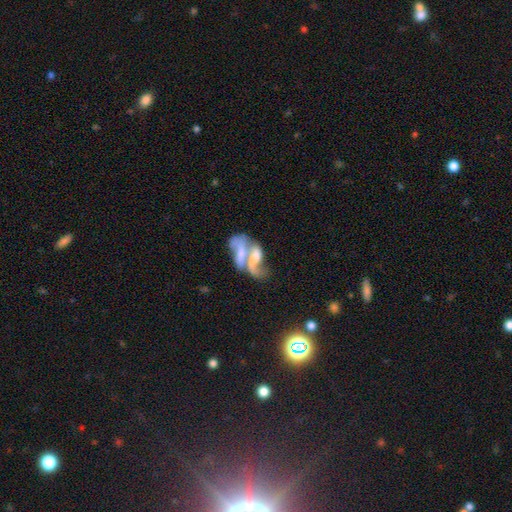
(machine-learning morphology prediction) The model was most divided on "spiral arms": yes: 55%, no: 45%. Remaining: edge-on disk — no (94%); merging — merger (69%); smooth or featured — featured or disk (59%); bar — no (56%); bulge size — none (37%).